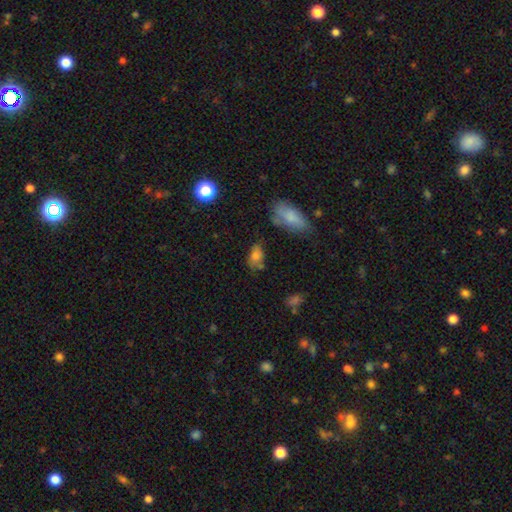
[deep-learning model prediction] Overall: smooth (71%). How rounded: in between (85%). Merging: none (57%; minor disturbance 25%).